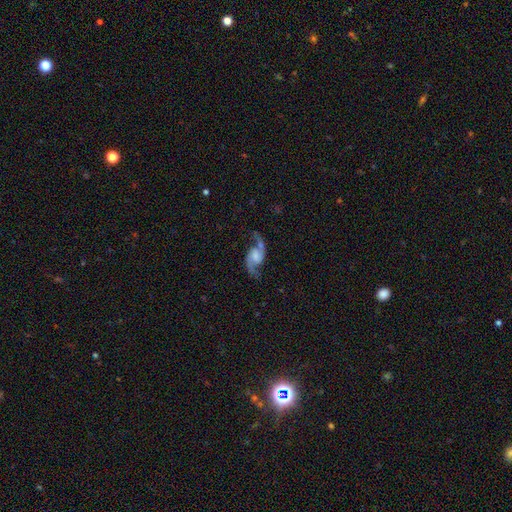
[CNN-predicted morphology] This appears to be a featured or disk galaxy (90%) with no bar (52%), 2 (94%) loose (66%) spiral arms (97%) and no central bulge (29%). Merging: none (75%).